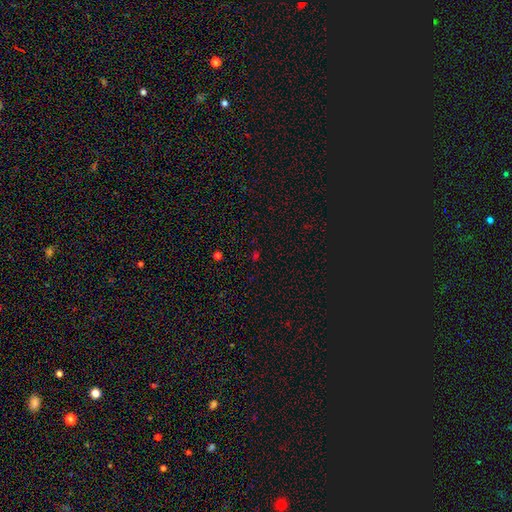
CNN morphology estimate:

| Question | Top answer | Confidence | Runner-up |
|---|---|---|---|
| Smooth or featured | star or artifact | 53% | smooth (40%) |